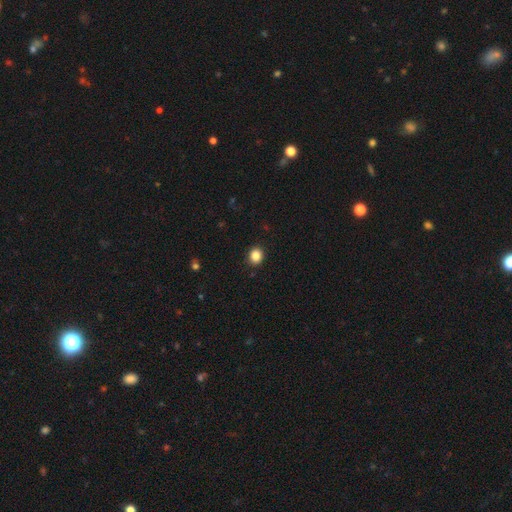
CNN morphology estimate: Overall: smooth (86%). How rounded: round (76%). Merging: none (91%).